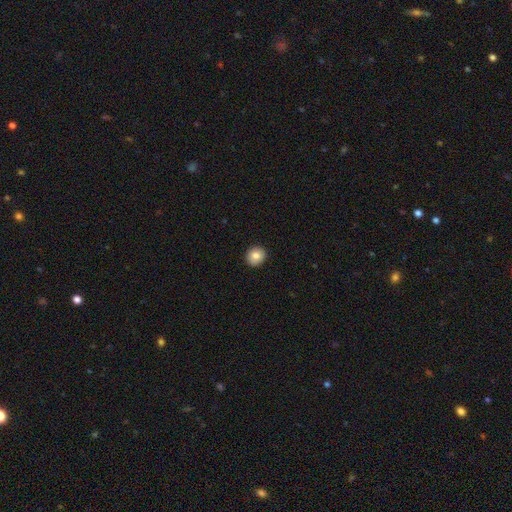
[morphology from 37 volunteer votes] Smooth or featured? 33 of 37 (89%) said smooth. How rounded? 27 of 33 (82%) said round. Merging? 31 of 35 (89%) said none.